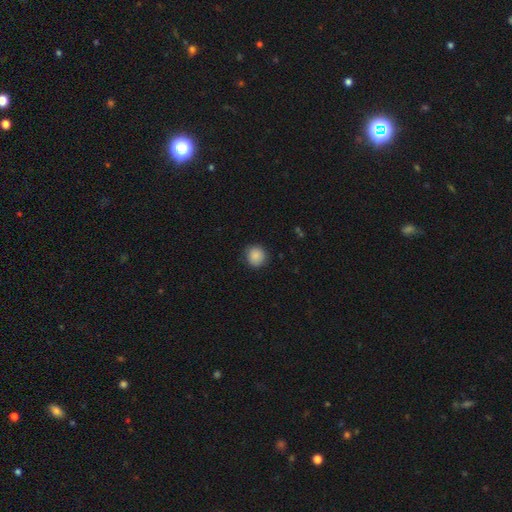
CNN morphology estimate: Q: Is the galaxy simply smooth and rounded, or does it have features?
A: smooth — 88%.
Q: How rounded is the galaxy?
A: round — 91%.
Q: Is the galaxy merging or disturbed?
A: none — 87%.